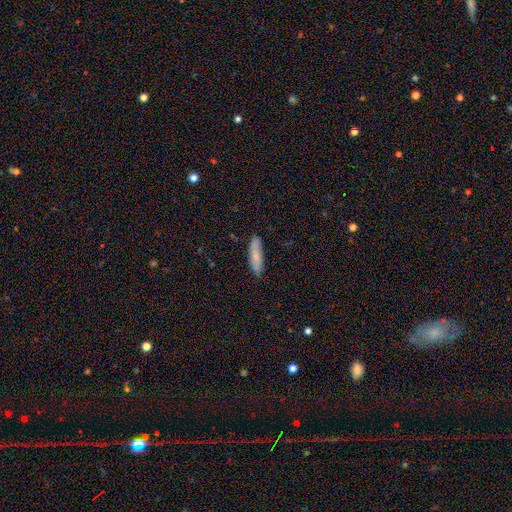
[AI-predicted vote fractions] smooth_or_featured: smooth (p=0.76) [alt: featured or disk p=0.17]
how_rounded: cigar-shaped (p=0.65) [alt: in between p=0.34]
merging: none (p=0.83) [alt: minor disturbance p=0.13]